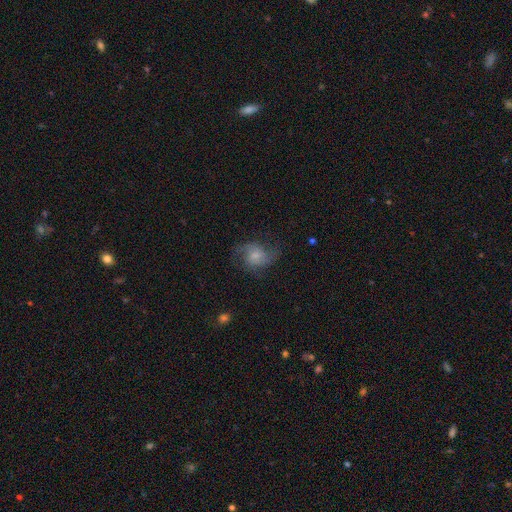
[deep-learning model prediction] featured or disk 61%, smooth 30%, star or artifact 9%. Down the decision tree: edge-on disk — no (97%); bar — no (57%); spiral arms — yes (91%); spiral arm count — 2 (76%); spiral winding — medium (45%); bulge size — small (34%); merging — none (61%).